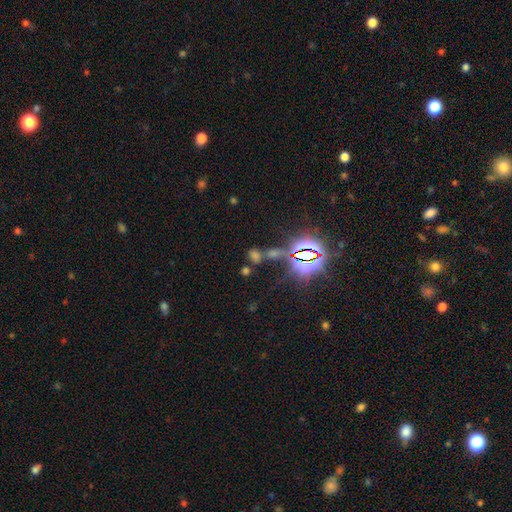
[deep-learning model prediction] Overall: star or artifact (63%; smooth 27%).